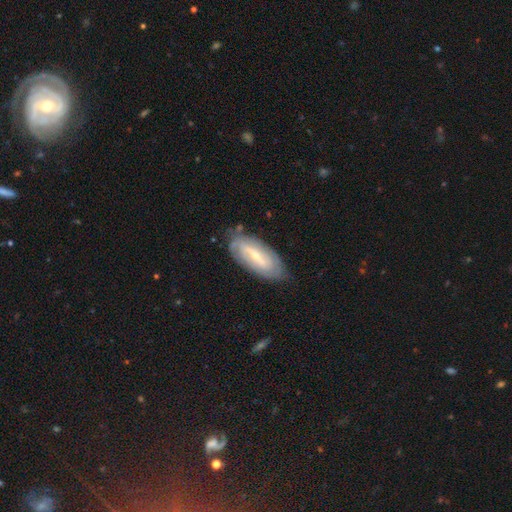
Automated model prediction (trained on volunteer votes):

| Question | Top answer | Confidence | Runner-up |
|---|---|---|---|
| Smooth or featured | featured or disk | 66% | smooth (28%) |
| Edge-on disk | no | 85% | yes (15%) |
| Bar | strong | 45% | weak (41%) |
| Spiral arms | yes | 77% | no (23%) |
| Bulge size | small | 61% | moderate (31%) |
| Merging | none | 78% | minor disturbance (17%) |